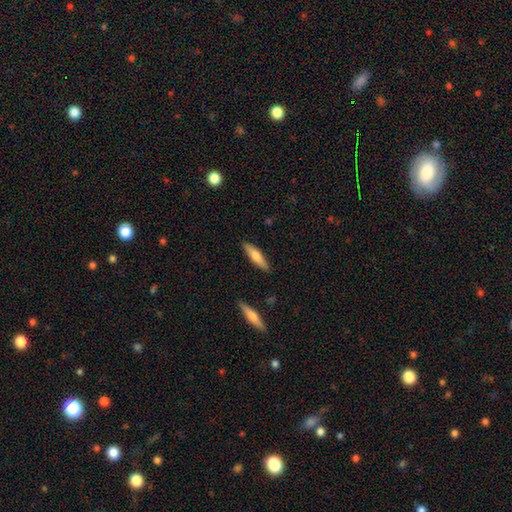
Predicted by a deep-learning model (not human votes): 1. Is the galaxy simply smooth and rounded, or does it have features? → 68% smooth, 27% featured or disk, 6% star or artifact.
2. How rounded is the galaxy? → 72% cigar-shaped, 26% in between, 2% round.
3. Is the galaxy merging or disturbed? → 88% none, 8% minor disturbance, 2% major disturbance, 2% merger.